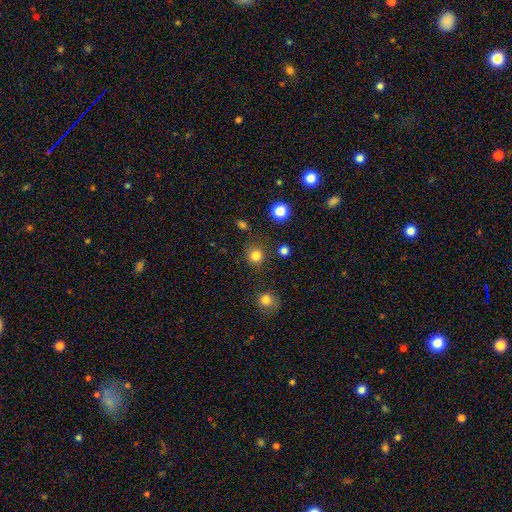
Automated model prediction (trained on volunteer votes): Overall: smooth (81%). How rounded: round (92%). Merging: none (82%).